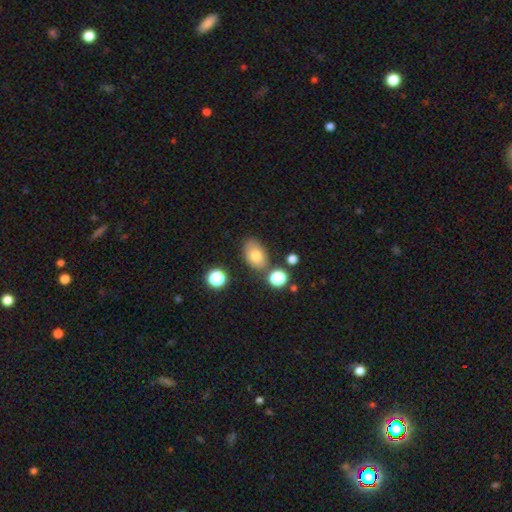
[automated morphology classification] smooth 74%, featured or disk 15%, star or artifact 10%. Down the decision tree: how rounded — in between (85%); merging — none (74%).